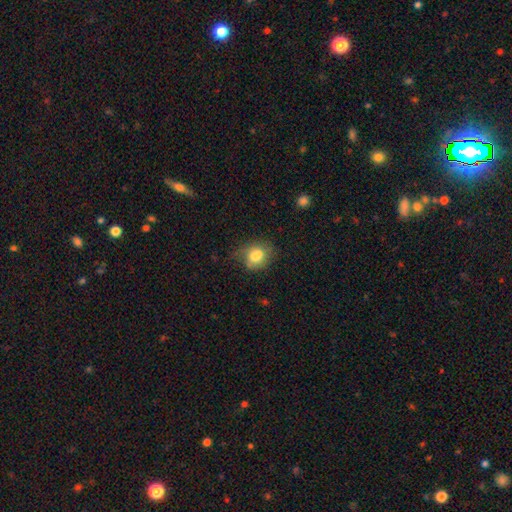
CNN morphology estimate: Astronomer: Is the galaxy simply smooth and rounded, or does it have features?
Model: smooth — 76%.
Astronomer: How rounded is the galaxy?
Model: in between — 57% (runner-up: round, 42%).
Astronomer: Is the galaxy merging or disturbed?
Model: none — 54% (runner-up: minor disturbance, 31%).